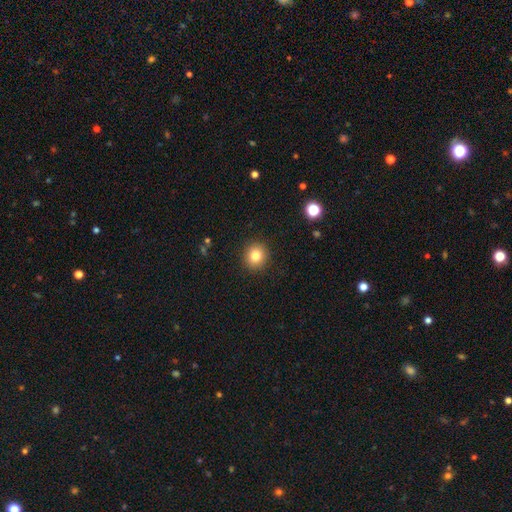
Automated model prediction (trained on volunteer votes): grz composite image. It shows a smooth galaxy with no disk features (82%) that is round (86%). Merging: none (91%).